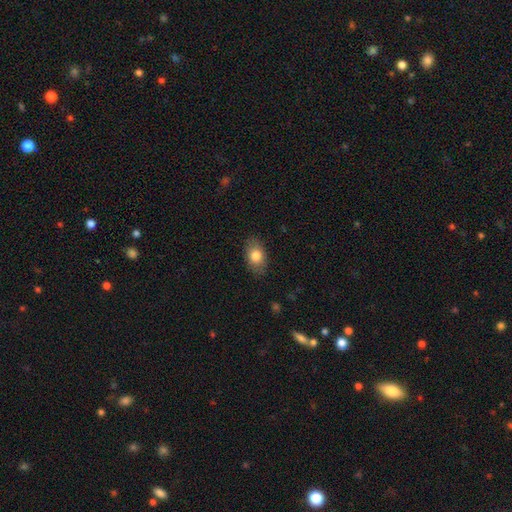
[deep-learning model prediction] smooth 81%, featured or disk 12%, star or artifact 7%. Down the decision tree: how rounded — in between (86%); merging — none (83%).